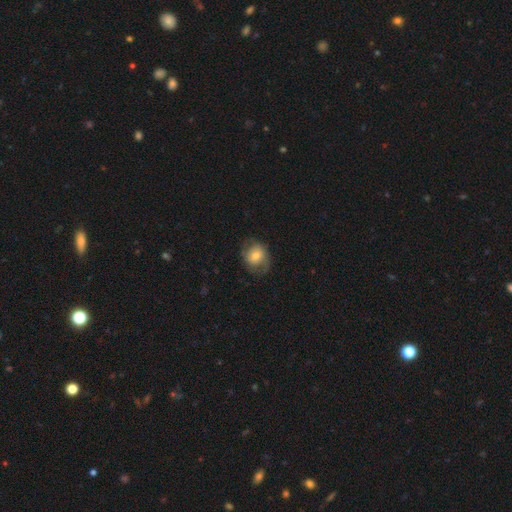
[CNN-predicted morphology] Smooth or featured: smooth — 55% (featured or disk — 38%)
How rounded: round — 65% (in between — 34%)
Merging: none — 63% (minor disturbance — 22%)